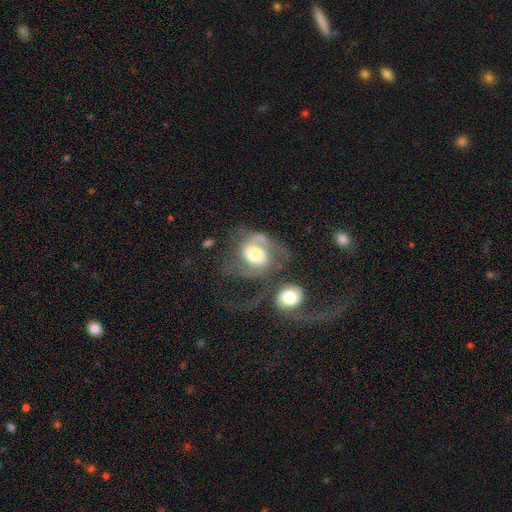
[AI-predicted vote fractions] Morphology: type=featured or disk (82%); edge-on=no (98%); bar=no (51%); spiral arms=yes (93%); winding=medium (49%); arm count=2 (76%); bulge=moderate (57%); merging=none (30%).